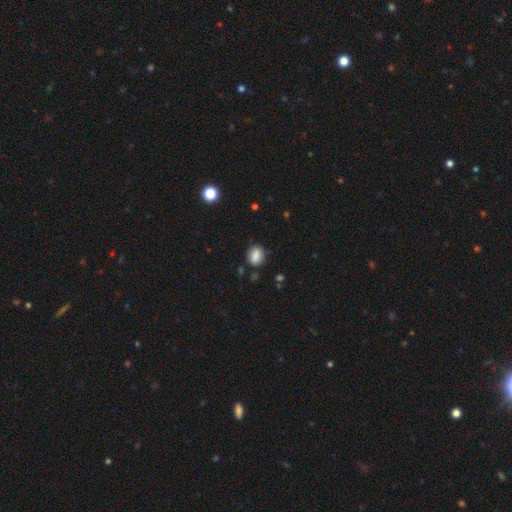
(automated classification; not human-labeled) A smooth galaxy with no disk features (83%) that is in between round and cigar-shaped (53%). Merging: none (80%).